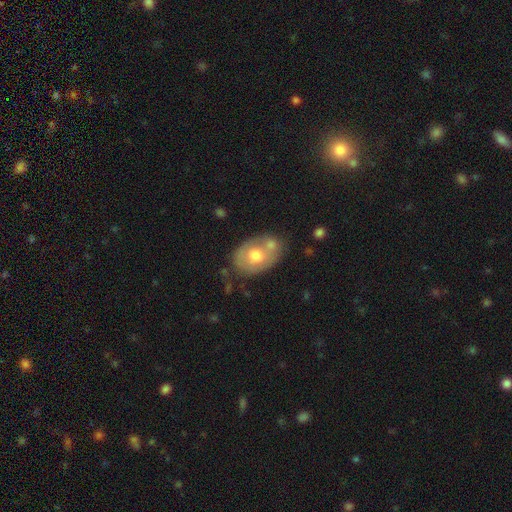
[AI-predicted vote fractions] A smooth galaxy with no disk features (58%) that is in between round and cigar-shaped (76%).

Vote fractions:
- Smooth or featured? smooth: 58% / featured or disk: 36% / star or artifact: 6%
- How rounded? in between: 76% / round: 23% / cigar-shaped: 1%
- Merging? none: 45% / merger: 29% / minor disturbance: 19% / major disturbance: 7%